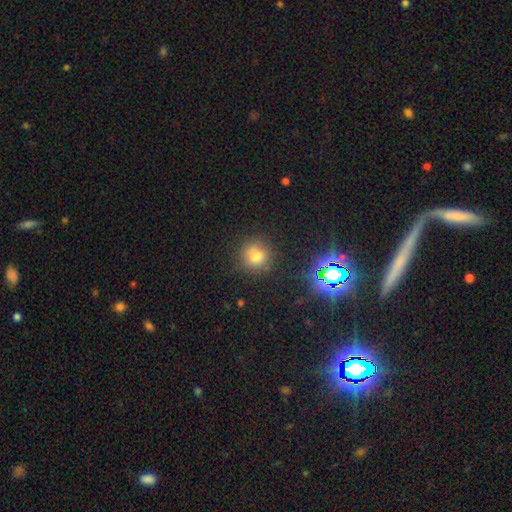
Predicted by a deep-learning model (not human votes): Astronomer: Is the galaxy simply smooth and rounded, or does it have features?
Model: smooth — 72%.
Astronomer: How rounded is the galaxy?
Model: round — 92%.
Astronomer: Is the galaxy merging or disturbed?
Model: none — 87%.